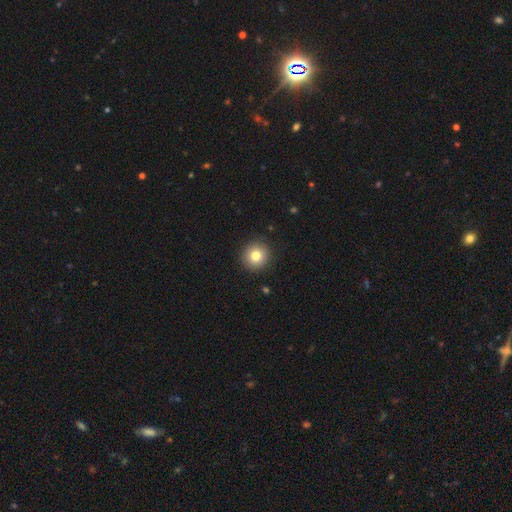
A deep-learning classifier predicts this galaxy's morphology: smooth 80%, star or artifact 10%, featured or disk 10%. Down the decision tree: how rounded — round (92%); merging — none (91%).